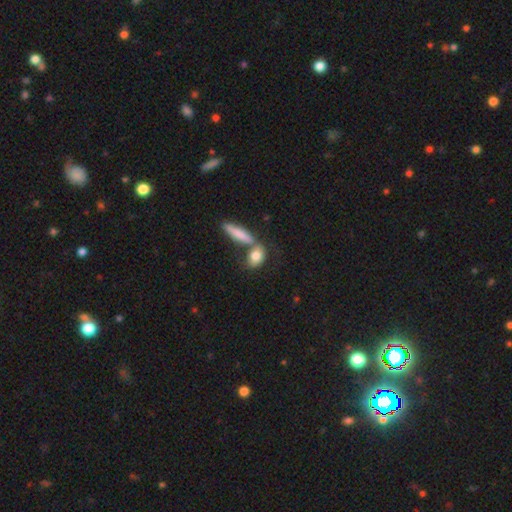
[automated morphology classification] smooth_or_featured: smooth (p=0.77) [alt: featured or disk p=0.16]
how_rounded: in between (p=0.66) [alt: round p=0.17]
merging: none (p=0.45) [alt: merger p=0.35]